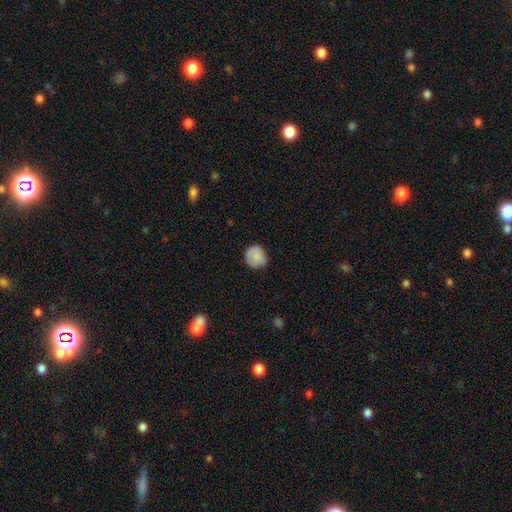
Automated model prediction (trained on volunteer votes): Overall: smooth (84%). How rounded: round (79%). Merging: none (75%).